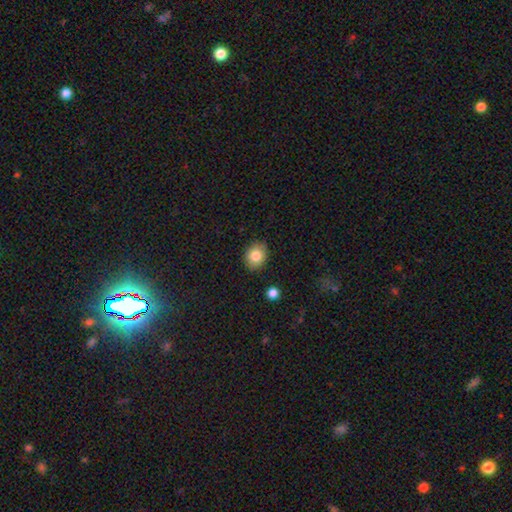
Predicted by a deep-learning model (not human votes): A smooth galaxy with no disk features (82%) that is round (53%).

Vote fractions:
- Smooth or featured? smooth: 82% / star or artifact: 9% / featured or disk: 8%
- How rounded? round: 53% / in between: 46% / cigar-shaped: 1%
- Merging? none: 87% / minor disturbance: 9% / major disturbance: 2% / merger: 1%